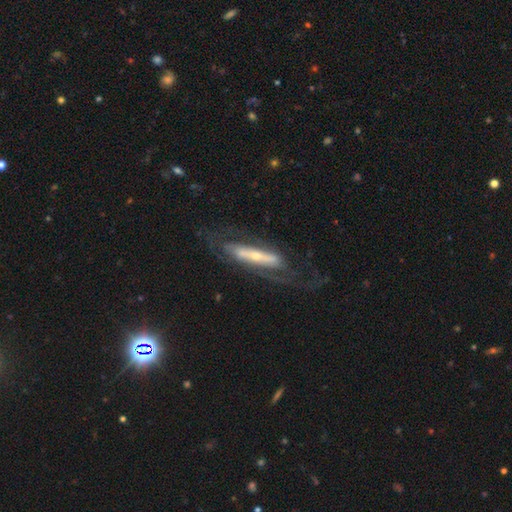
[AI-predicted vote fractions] A featured or disk galaxy (77%). Merging: none (62%).